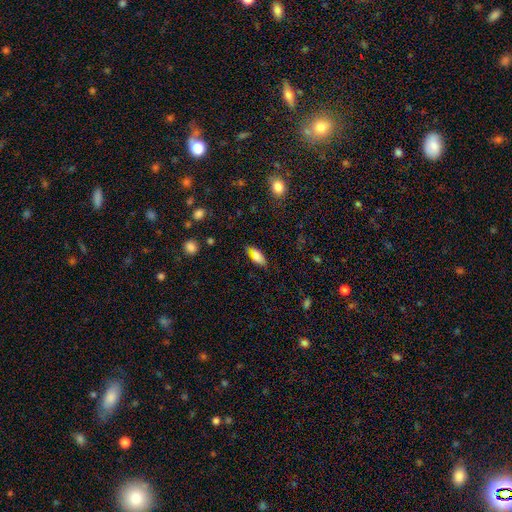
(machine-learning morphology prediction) Smooth or featured? smooth (74%)
How rounded? in between (79%)
Merging? none (78%)